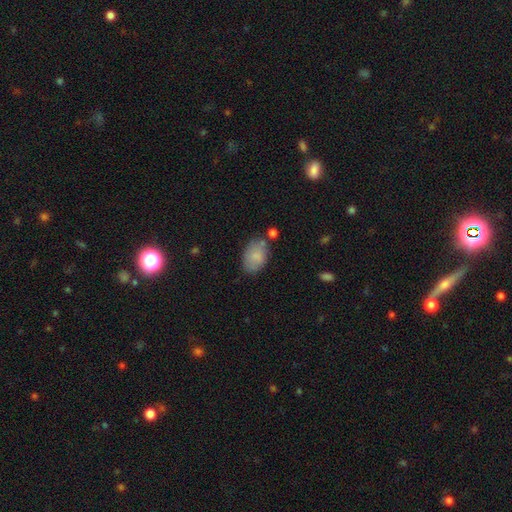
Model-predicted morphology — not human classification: The model was most divided on "merging": none: 69%, minor disturbance: 19%, merger: 7%, major disturbance: 5%. More confident: how rounded — in between (88%); smooth or featured — smooth (82%).